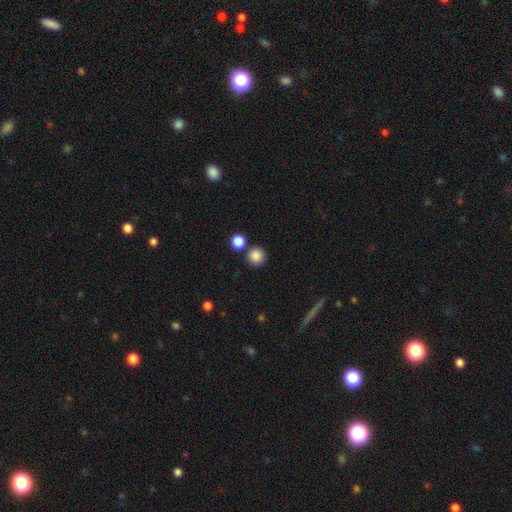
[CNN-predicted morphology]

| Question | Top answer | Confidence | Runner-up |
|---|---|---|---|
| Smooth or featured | smooth | 86% | star or artifact (10%) |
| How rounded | round | 93% | in between (6%) |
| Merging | none | 79% | merger (11%) |